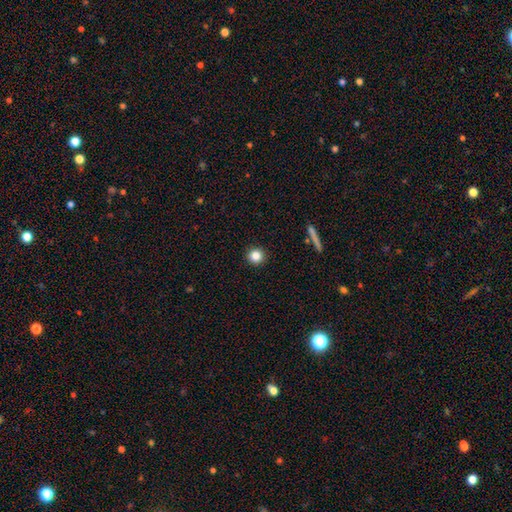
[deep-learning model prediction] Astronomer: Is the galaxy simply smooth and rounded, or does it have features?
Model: smooth — 83%.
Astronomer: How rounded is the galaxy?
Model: round — 96%.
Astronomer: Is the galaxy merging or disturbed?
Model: none — 93%.